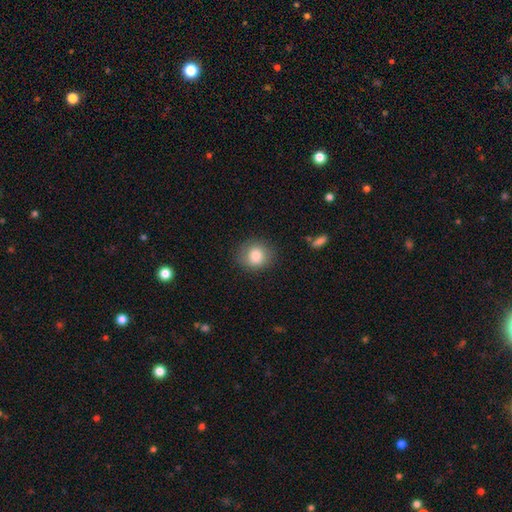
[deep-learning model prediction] The model was most divided on "how rounded": round: 80%, in between: 19%, cigar-shaped: 1%. More confident: smooth or featured — smooth (83%); merging — none (82%).